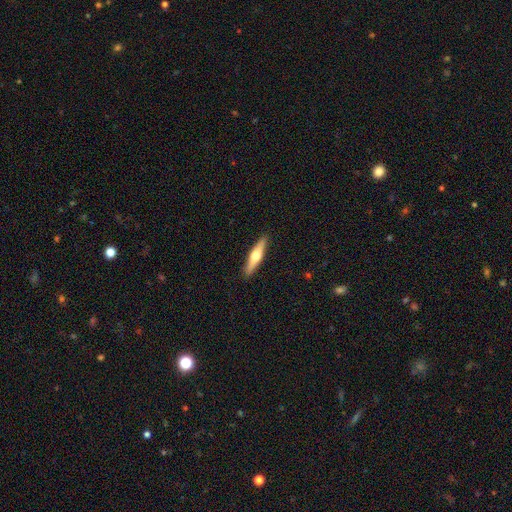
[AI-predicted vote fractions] Morphology: type=featured or disk (54%); edge-on=yes (95%); edge-on bulge=rounded (94%); merging=none (91%).